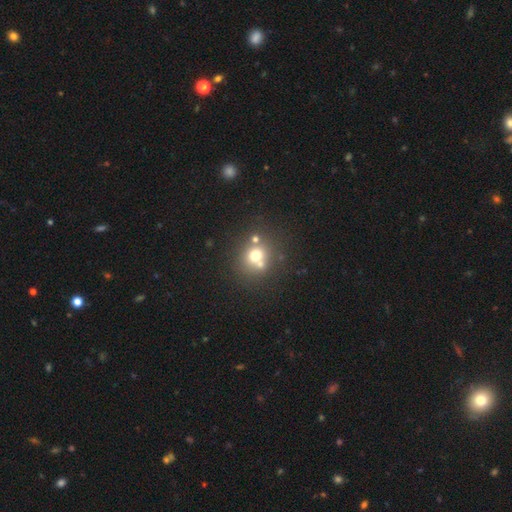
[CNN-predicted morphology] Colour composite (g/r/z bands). It shows a smooth galaxy with no disk features (66%) that is round (85%). Merging: none (56%).